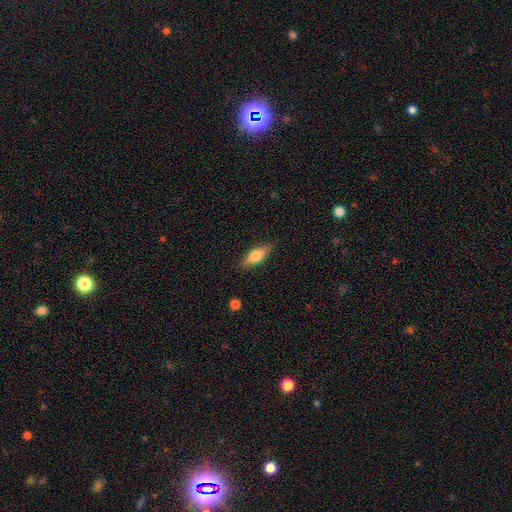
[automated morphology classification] This is likely a smooth galaxy (73%). How rounded: likely in between (61%). Merging: clearly none (84%).